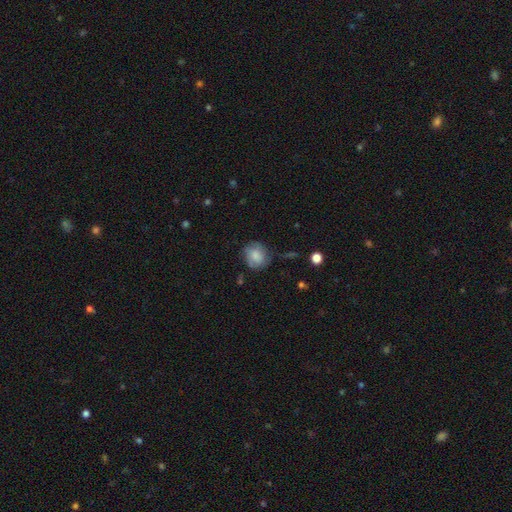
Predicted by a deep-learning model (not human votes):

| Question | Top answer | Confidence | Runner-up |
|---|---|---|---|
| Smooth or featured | smooth | 74% | featured or disk (18%) |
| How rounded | round | 76% | in between (23%) |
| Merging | none | 64% | minor disturbance (26%) |